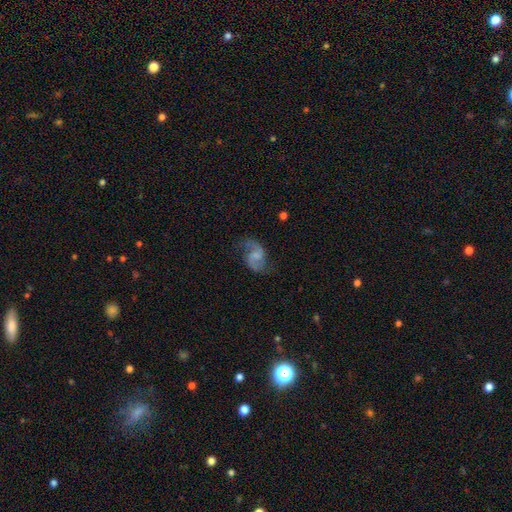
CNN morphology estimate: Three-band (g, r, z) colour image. It shows a featured or disk galaxy (82%) with a weak bar (48%), 2 (91%) loose (55%) spiral arms (95%) and no central bulge (42%). Merging: none (67%).